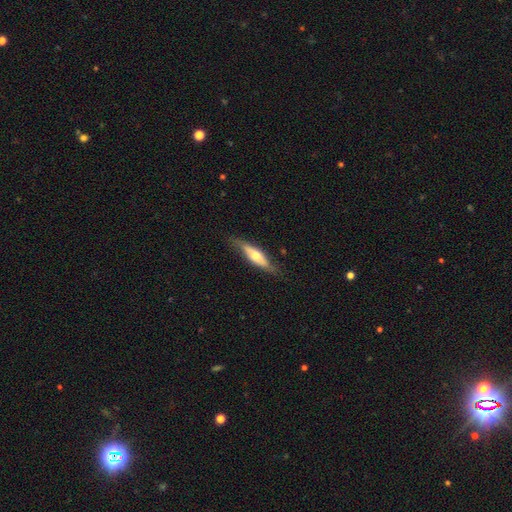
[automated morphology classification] type=smooth (48%); merging=none (74%).